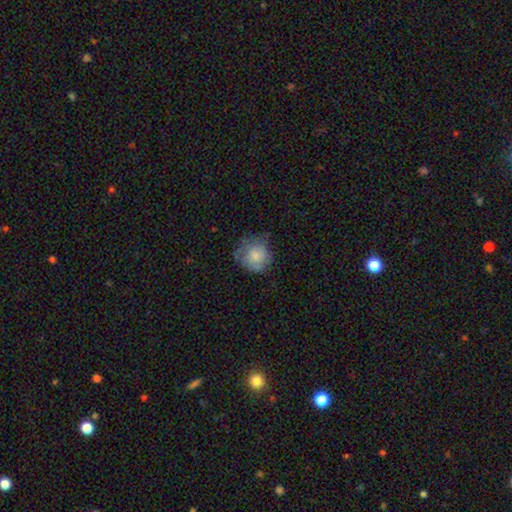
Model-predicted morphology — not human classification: Smooth or featured? Predicted: smooth (p=0.71). How rounded? Predicted: round (p=0.87). Merging? Predicted: none (p=0.58).